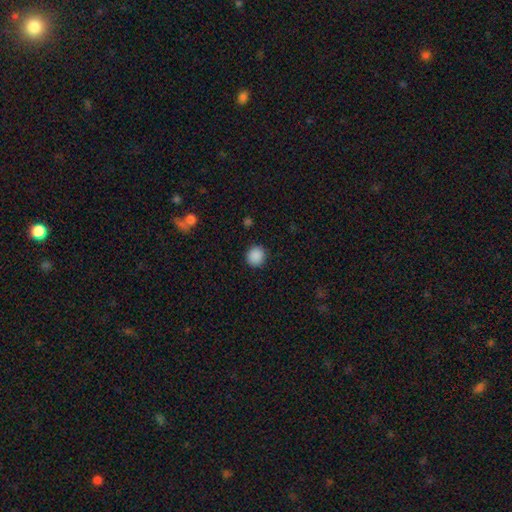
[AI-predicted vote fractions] This is clearly a smooth galaxy (88%). How rounded: clearly round (90%). Merging: clearly none (89%).